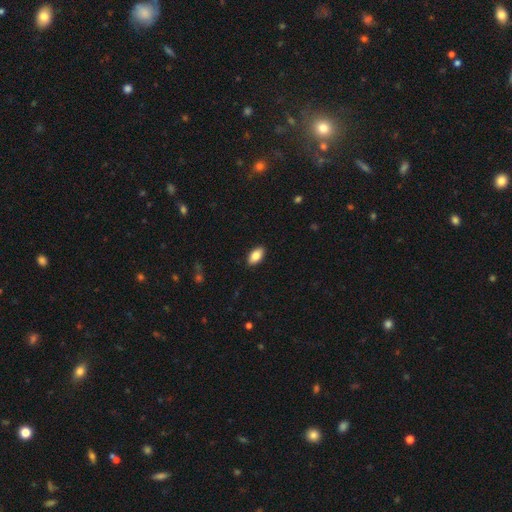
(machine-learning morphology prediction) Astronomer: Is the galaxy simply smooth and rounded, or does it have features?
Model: smooth — 84%.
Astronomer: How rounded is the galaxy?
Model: in between — 93%.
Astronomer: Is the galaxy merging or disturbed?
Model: none — 90%.